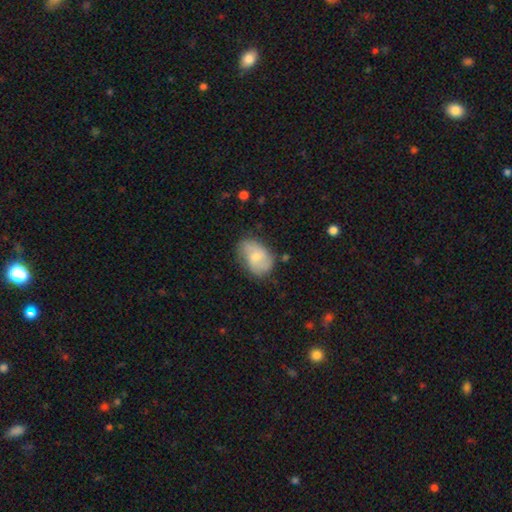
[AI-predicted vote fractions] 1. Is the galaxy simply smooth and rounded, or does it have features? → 53% smooth, 40% featured or disk, 7% star or artifact.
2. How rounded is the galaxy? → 82% in between, 17% round, 1% cigar-shaped.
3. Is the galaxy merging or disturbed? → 62% none, 28% minor disturbance, 8% major disturbance, 2% merger.